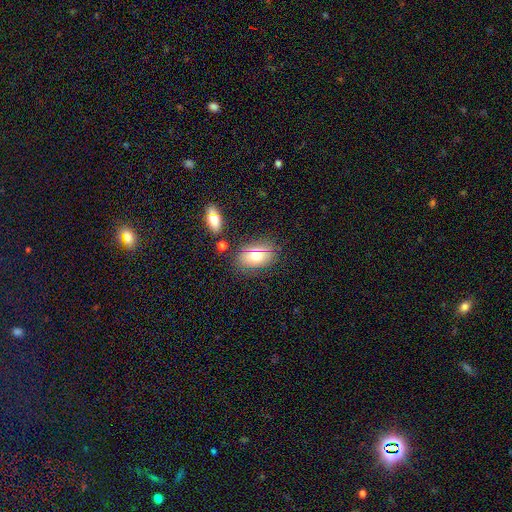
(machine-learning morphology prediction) Overall: smooth (67%). How rounded: in between (81%). Merging: none (77%).